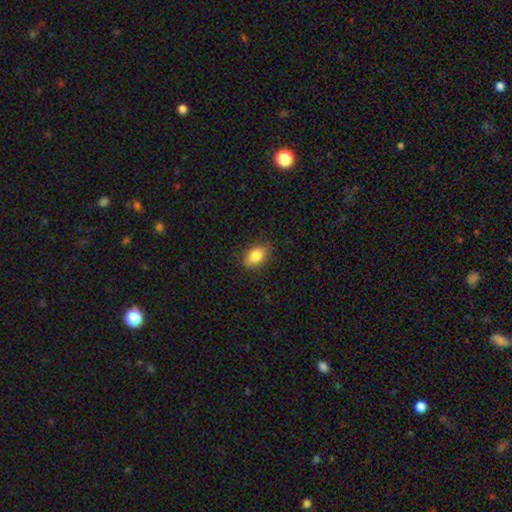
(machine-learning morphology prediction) Smooth or featured? Predicted: smooth (p=0.84). How rounded? Predicted: in between (p=0.86). Merging? Predicted: none (p=0.82).